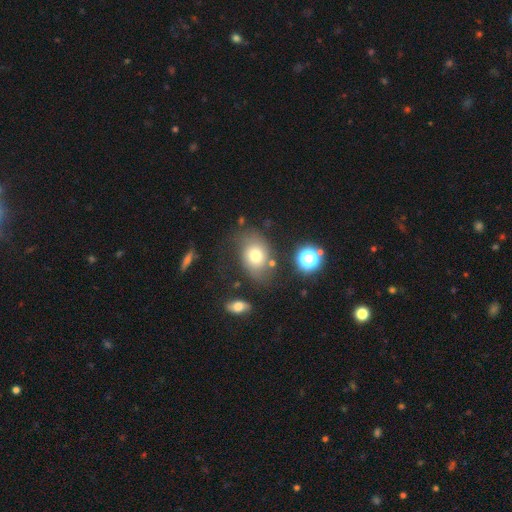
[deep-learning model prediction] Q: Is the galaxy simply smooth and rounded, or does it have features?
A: smooth — 71%.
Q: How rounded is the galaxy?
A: in between — 64%.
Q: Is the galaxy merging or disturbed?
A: none — 61%.